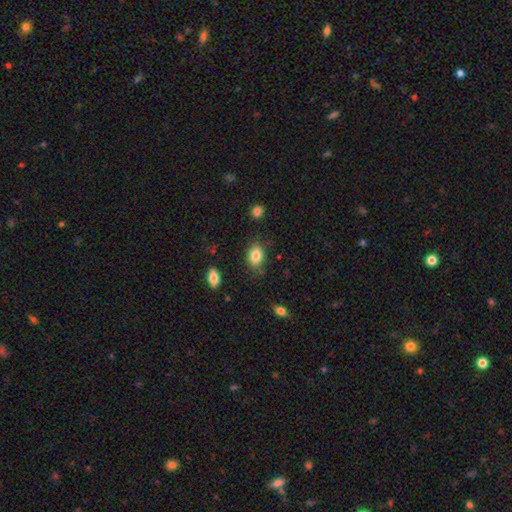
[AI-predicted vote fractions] Smooth or featured? smooth (84%)
How rounded? in between (79%)
Merging? none (80%)